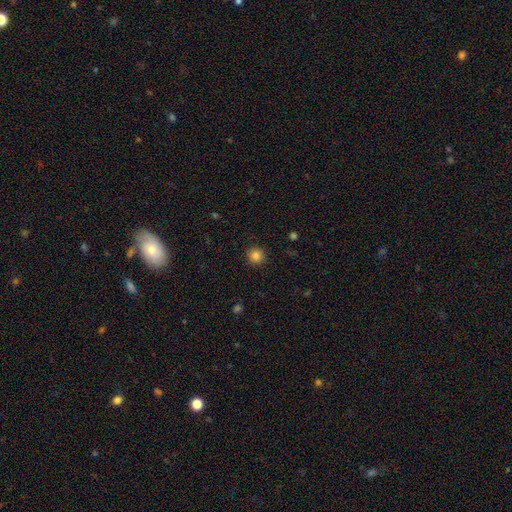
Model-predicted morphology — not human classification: Smooth or featured? smooth (83%)
How rounded? round (94%)
Merging? none (91%)